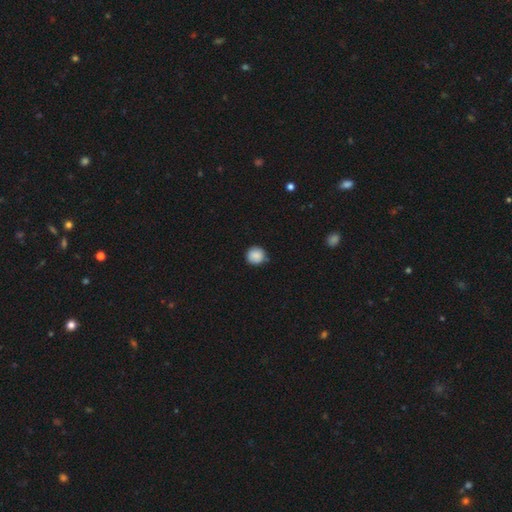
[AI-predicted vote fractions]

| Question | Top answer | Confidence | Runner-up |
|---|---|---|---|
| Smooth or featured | smooth | 87% | star or artifact (9%) |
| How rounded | round | 92% | in between (7%) |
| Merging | none | 81% | minor disturbance (15%) |